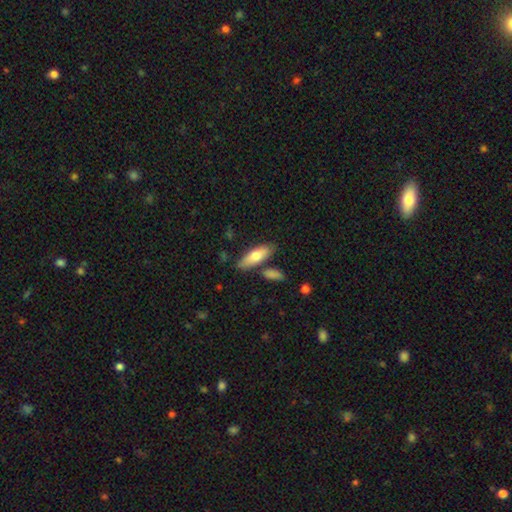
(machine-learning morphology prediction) smooth_or_featured: smooth (p=0.72) [alt: featured or disk p=0.22]
how_rounded: in between (p=0.62) [alt: cigar-shaped p=0.36]
merging: none (p=0.75) [alt: minor disturbance p=0.13]